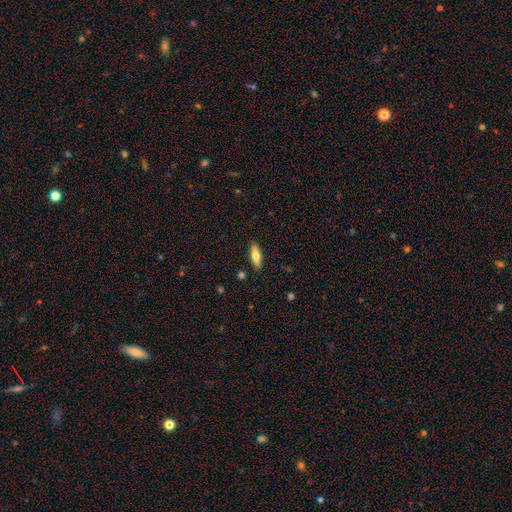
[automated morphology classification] Smooth or featured? Predicted: smooth (p=0.63). How rounded? Predicted: in between (p=0.50). Merging? Predicted: none (p=0.89).